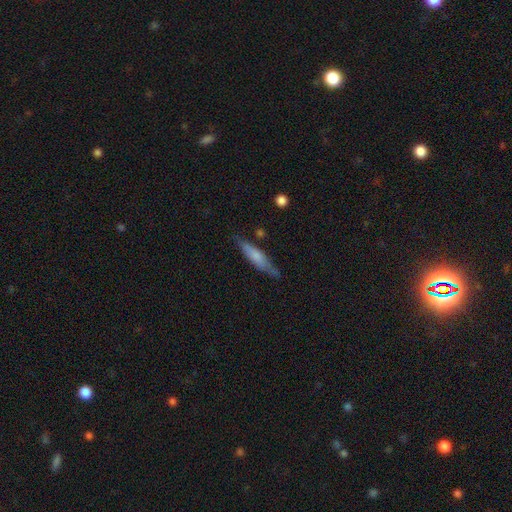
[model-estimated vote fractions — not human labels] The model was most divided on "smooth or featured": smooth: 59%, featured or disk: 35%, star or artifact: 6%. More confident: how rounded — cigar-shaped (78%); merging — none (73%).